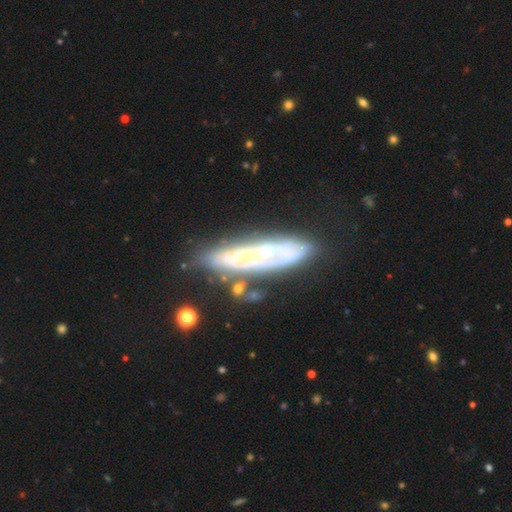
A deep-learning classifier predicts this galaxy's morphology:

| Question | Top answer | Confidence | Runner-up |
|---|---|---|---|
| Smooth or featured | featured or disk | 75% | smooth (18%) |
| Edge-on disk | no | 67% | yes (33%) |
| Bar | no | 72% | weak (19%) |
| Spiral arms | yes | 64% | no (36%) |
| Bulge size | small | 56% | moderate (35%) |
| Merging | none | 64% | minor disturbance (21%) |